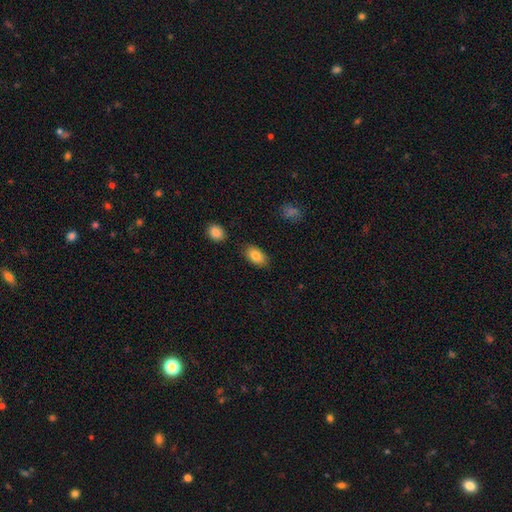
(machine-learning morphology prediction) A smooth galaxy with no disk features (85%) that is in between round and cigar-shaped (92%). Merging: none (83%).